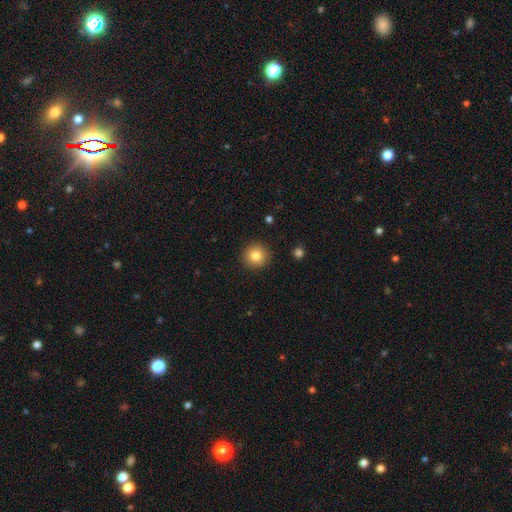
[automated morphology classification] A smooth galaxy with no disk features (83%) that is round (95%).

Vote fractions:
- Smooth or featured? smooth: 83% / star or artifact: 10% / featured or disk: 7%
- How rounded? round: 95% / in between: 4% / cigar-shaped: 1%
- Merging? none: 92% / minor disturbance: 5% / major disturbance: 2% / merger: 1%